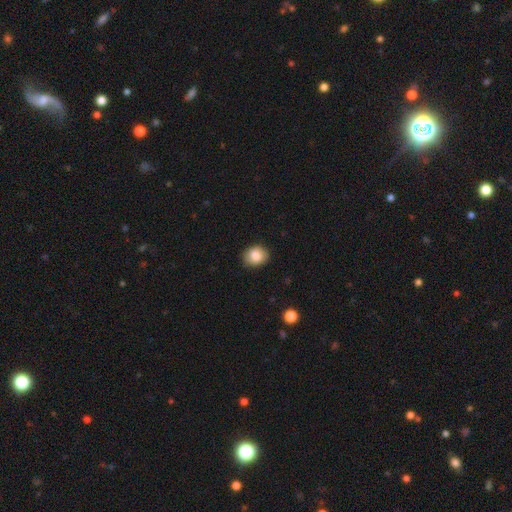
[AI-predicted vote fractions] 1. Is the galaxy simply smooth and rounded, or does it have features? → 84% smooth, 8% star or artifact, 8% featured or disk.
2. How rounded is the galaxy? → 60% round, 40% in between, 1% cigar-shaped.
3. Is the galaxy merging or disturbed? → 85% none, 12% minor disturbance, 2% major disturbance, 1% merger.